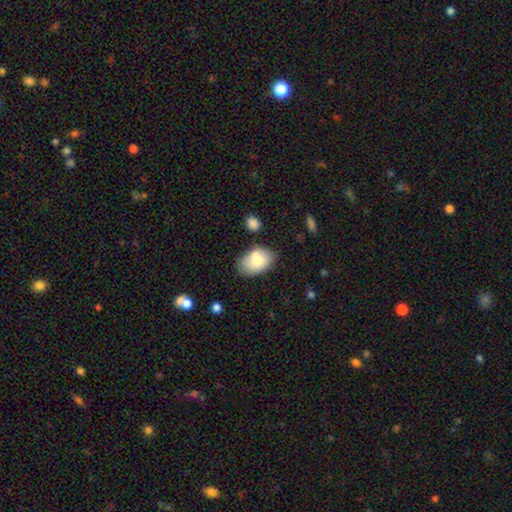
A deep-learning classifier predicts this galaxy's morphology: This is likely a smooth galaxy (78%). How rounded: clearly in between (88%). Merging: possibly none (59%).